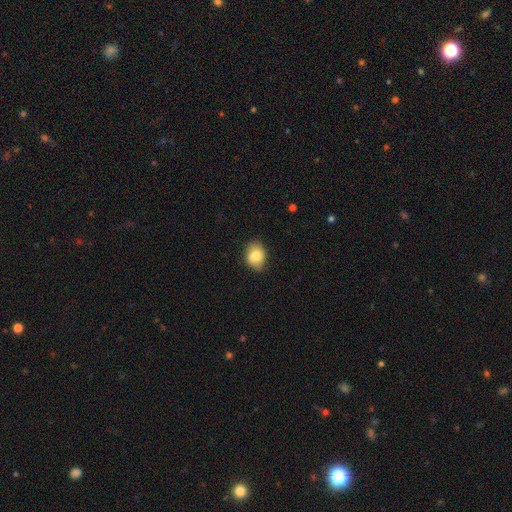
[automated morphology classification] smooth-or-featured: smooth: 79% | featured or disk: 13% | star or artifact: 8%
  how-rounded: in between: 56% | round: 43% | cigar-shaped: 1%
  merging: none: 72% | minor disturbance: 22% | major disturbance: 4% | merger: 2%